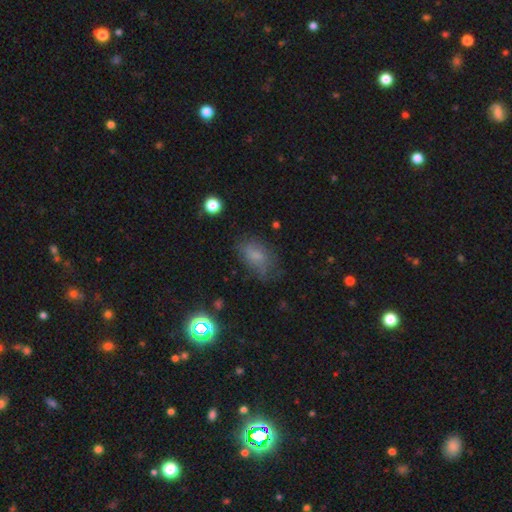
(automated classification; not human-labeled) smooth-or-featured: smooth: 66% | featured or disk: 18% | star or artifact: 16%
  how-rounded: in between: 87% | round: 10% | cigar-shaped: 4%
  merging: none: 57% | minor disturbance: 27% | major disturbance: 14% | merger: 2%